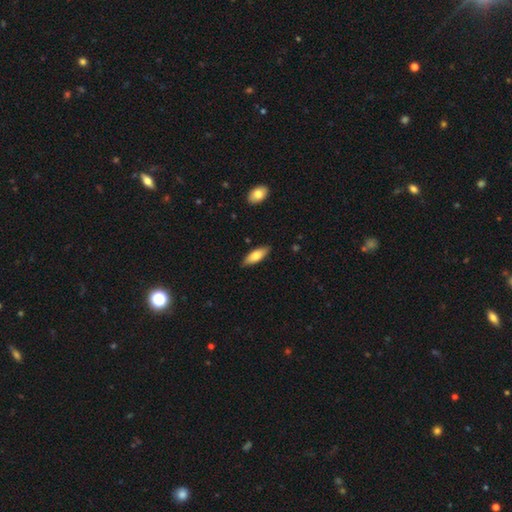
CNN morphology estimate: The model was most divided on "how rounded": in between: 66%, cigar-shaped: 32%, round: 2%. More confident: merging — none (87%); smooth or featured — smooth (74%).